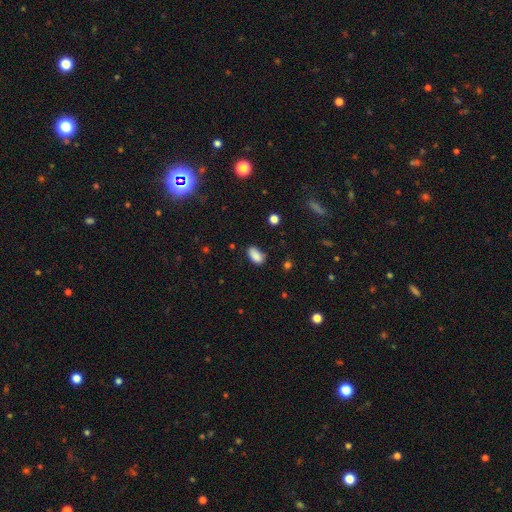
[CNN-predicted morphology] Smooth or featured: smooth — 86% (star or artifact — 9%)
How rounded: in between — 92% (round — 5%)
Merging: none — 70% (minor disturbance — 22%)